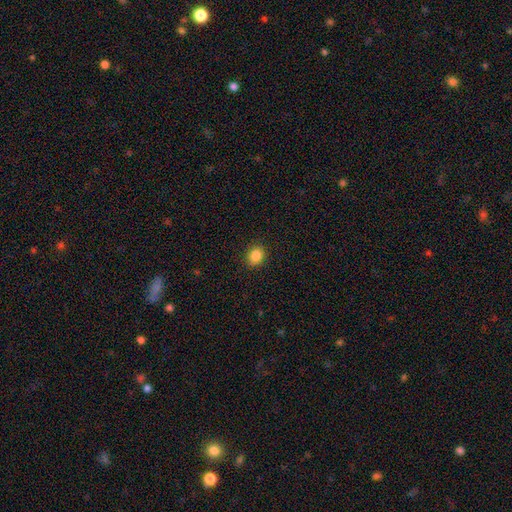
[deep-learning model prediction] smooth 86%, star or artifact 10%, featured or disk 4%. Down the decision tree: how rounded — round (66%); merging — none (89%).